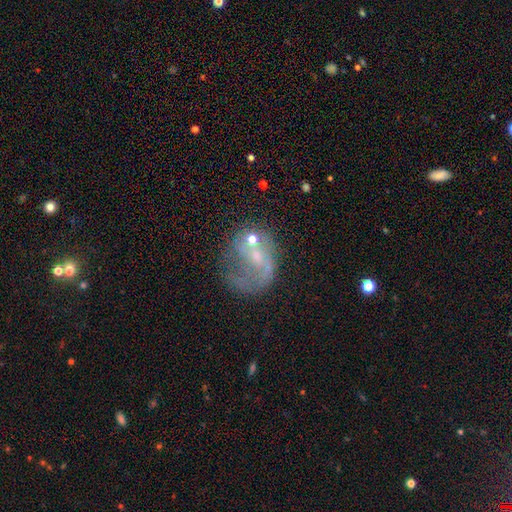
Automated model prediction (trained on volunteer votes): Smooth or featured: featured or disk — 59% (smooth — 27%)
Edge-on disk: no — 98% (yes — 2%)
Bar: no — 69% (weak — 26%)
Spiral arms: yes — 52% (no — 48%)
Bulge size: small — 49% (moderate — 24%)
Merging: major disturbance — 35% (none — 32%)